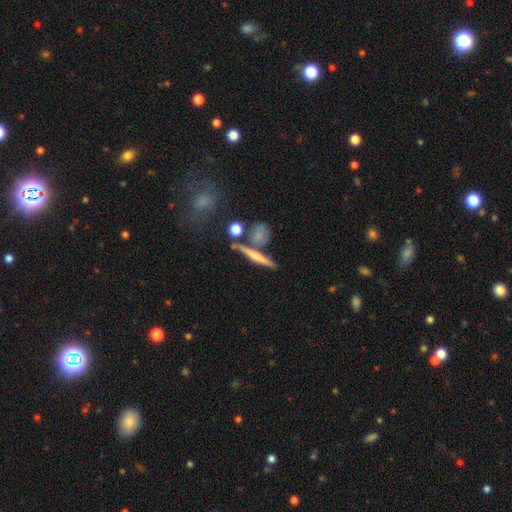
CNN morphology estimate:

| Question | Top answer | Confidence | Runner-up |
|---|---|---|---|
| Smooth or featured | smooth | 52% | featured or disk (39%) |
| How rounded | cigar-shaped | 75% | round (13%) |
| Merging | none | 66% | merger (17%) |